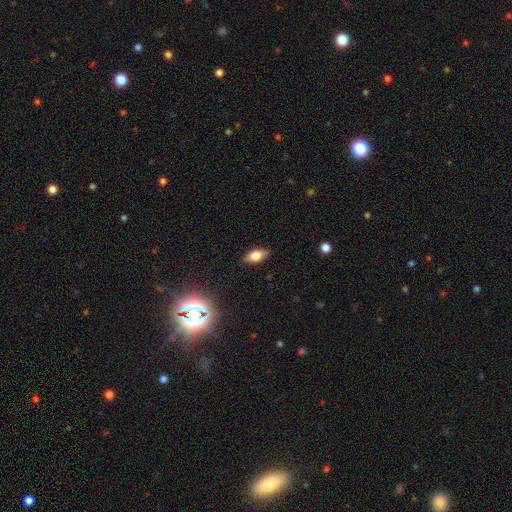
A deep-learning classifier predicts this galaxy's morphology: smooth-or-featured: smooth: 69% | featured or disk: 20% | star or artifact: 10%
  how-rounded: in between: 84% | cigar-shaped: 11% | round: 5%
  merging: none: 87% | minor disturbance: 10% | major disturbance: 2% | merger: 1%